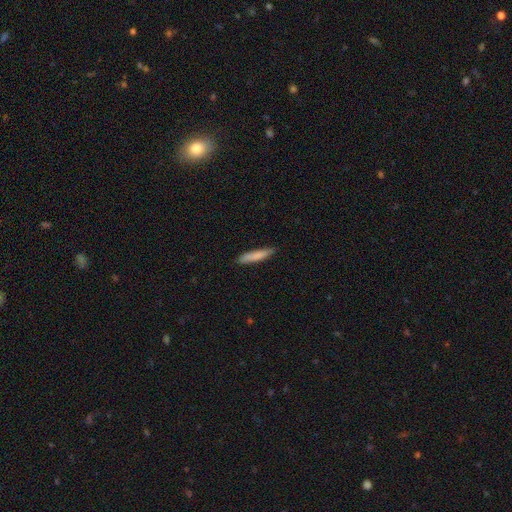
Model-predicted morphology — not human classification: Overall: smooth (81%). How rounded: cigar-shaped (89%). Merging: none (87%).